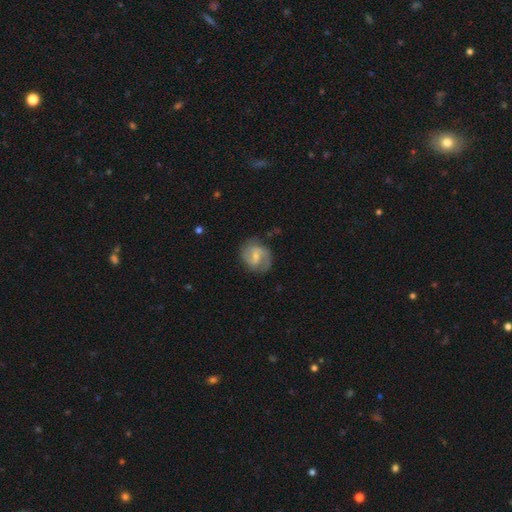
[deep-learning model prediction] Smooth or featured? Predicted: featured or disk (p=0.72). Edge-on disk? Predicted: no (p=0.98). Bar? Predicted: weak (p=0.57). Spiral arms? Predicted: yes (p=0.90). Spiral winding? Predicted: medium (p=0.51). Spiral arm count? Predicted: 2 (p=0.84). Bulge size? Predicted: small (p=0.50). Merging? Predicted: none (p=0.72).